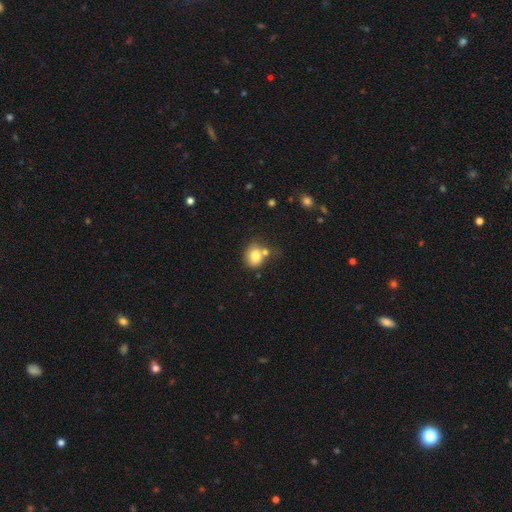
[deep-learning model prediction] This is likely a smooth galaxy (80%). How rounded: likely round (68%). Merging: possibly none (49%).